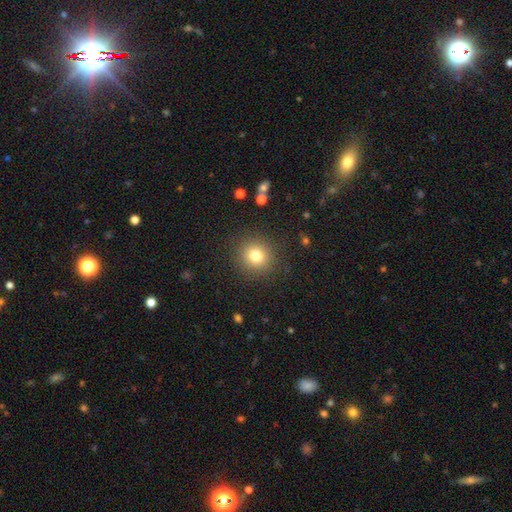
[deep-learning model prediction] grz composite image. It shows a smooth galaxy with no disk features (79%) that is round (92%). Merging: none (89%).